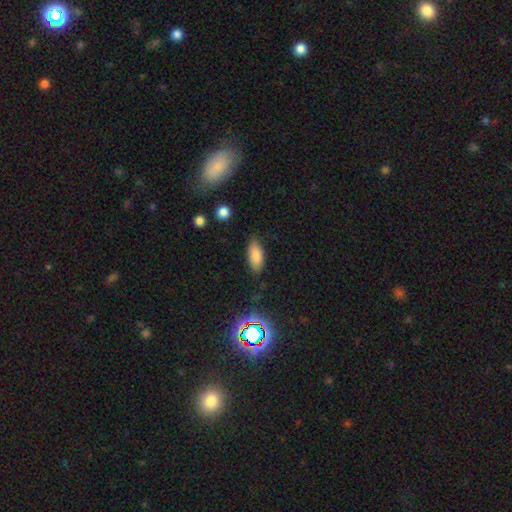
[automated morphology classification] smooth_or_featured: smooth (p=0.83) [alt: star or artifact p=0.10]
how_rounded: in between (p=0.85) [alt: cigar-shaped p=0.13]
merging: none (p=0.80) [alt: minor disturbance p=0.16]